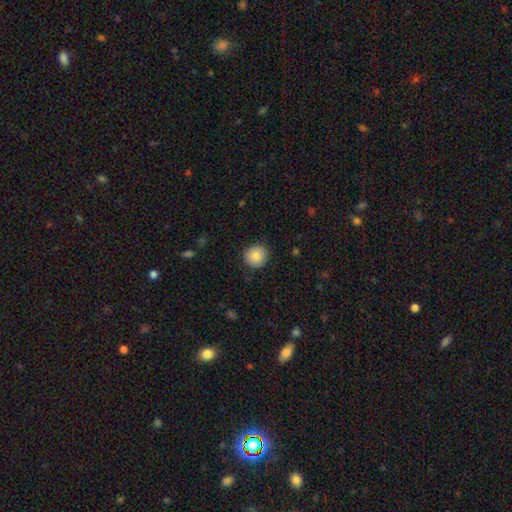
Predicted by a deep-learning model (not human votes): This appears to be a smooth galaxy with no disk features (85%) that is round (93%). Merging: none (89%).